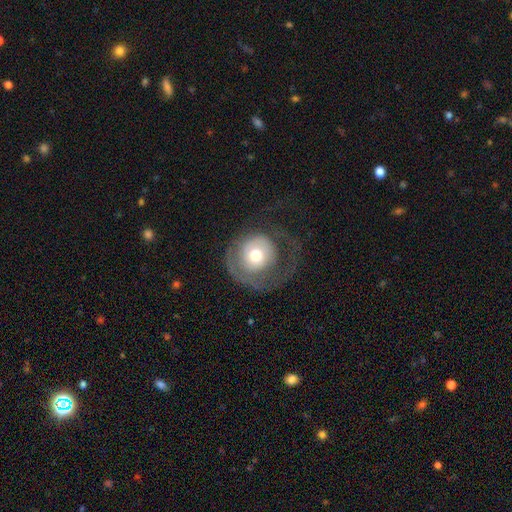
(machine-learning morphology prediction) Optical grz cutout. It shows a smooth galaxy with no disk features (47%). Merging: major disturbance (41%, tied with none).